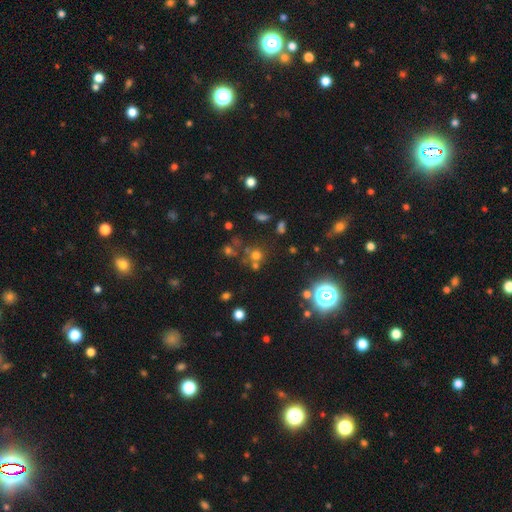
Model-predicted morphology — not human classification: This is possibly a smooth galaxy (55%). How rounded: clearly round (86%). Merging: likely none (61%).